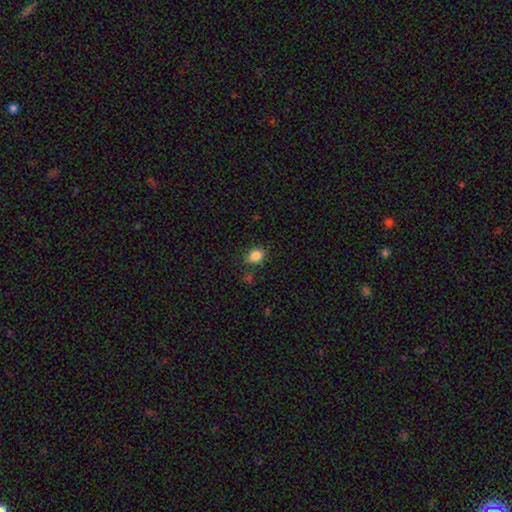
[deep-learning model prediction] A smooth galaxy with no disk features (85%) that is in between round and cigar-shaped (57%). Merging: none (81%).